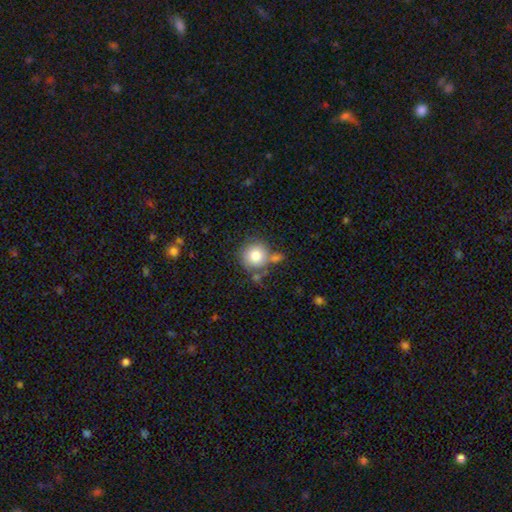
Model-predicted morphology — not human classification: smooth 79%, featured or disk 11%, star or artifact 10%. Down the decision tree: how rounded — round (92%); merging — none (64%).